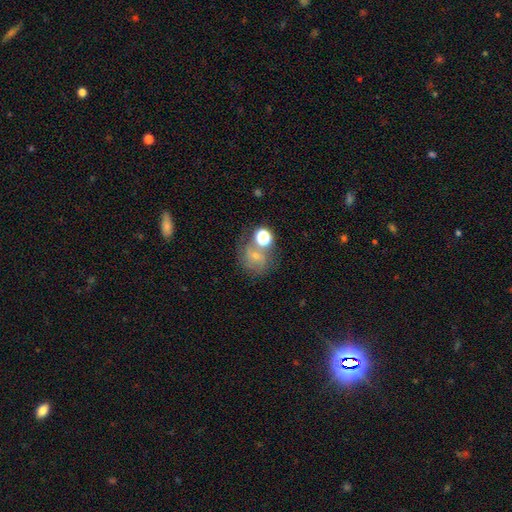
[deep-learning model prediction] This is possibly a smooth galaxy (46%). Merging: possibly none (47%).